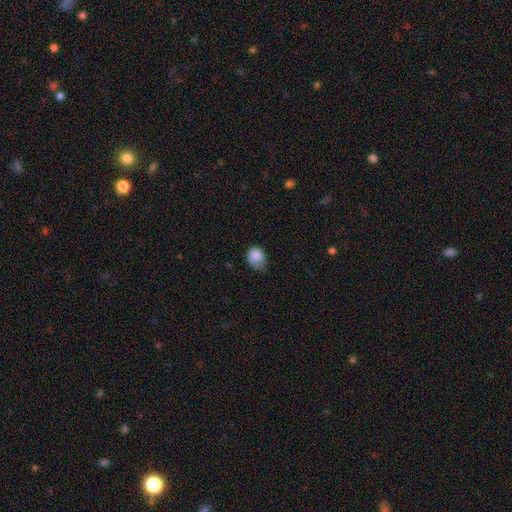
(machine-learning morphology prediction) Smooth or featured?
  - smooth: 86% *
  - star or artifact: 8%
  - featured or disk: 6%
How rounded?
  - round: 53% *
  - in between: 46%
  - cigar-shaped: 1%
Merging?
  - minor disturbance: 43% *
  - none: 38%
  - major disturbance: 17%
  - merger: 2%